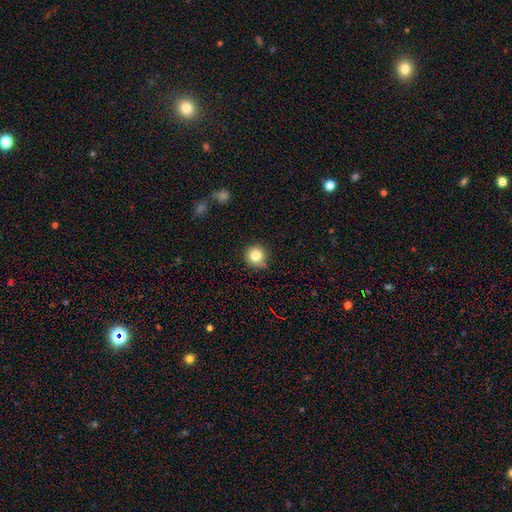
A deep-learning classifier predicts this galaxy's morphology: Smooth or featured?
  - smooth: 83% *
  - star or artifact: 10%
  - featured or disk: 7%
How rounded?
  - round: 94% *
  - in between: 5%
  - cigar-shaped: 1%
Merging?
  - none: 80% *
  - minor disturbance: 14%
  - merger: 3%
  - major disturbance: 3%